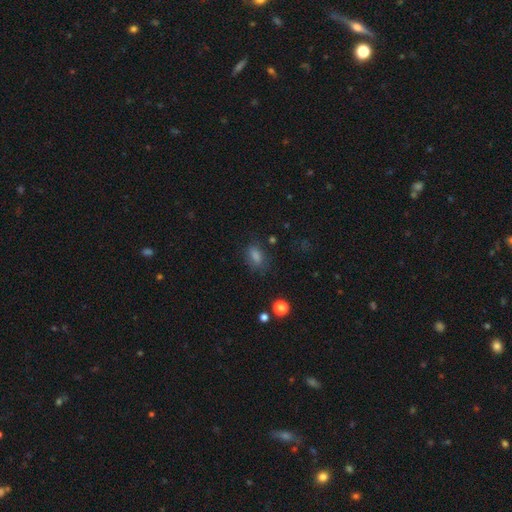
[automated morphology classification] This is likely a smooth galaxy (72%). How rounded: likely in between (79%). Merging: likely none (76%).